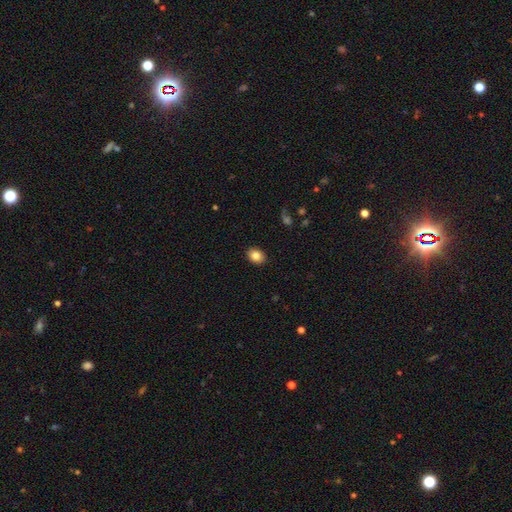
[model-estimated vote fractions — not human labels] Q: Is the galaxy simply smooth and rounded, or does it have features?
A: smooth — 84%.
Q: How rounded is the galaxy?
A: in between — 66%.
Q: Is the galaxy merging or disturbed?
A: none — 90%.